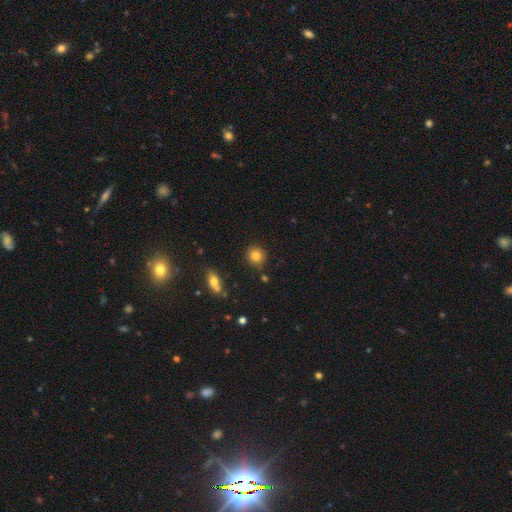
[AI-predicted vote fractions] A smooth galaxy with no disk features (82%) that is round (88%). Merging: none (87%).